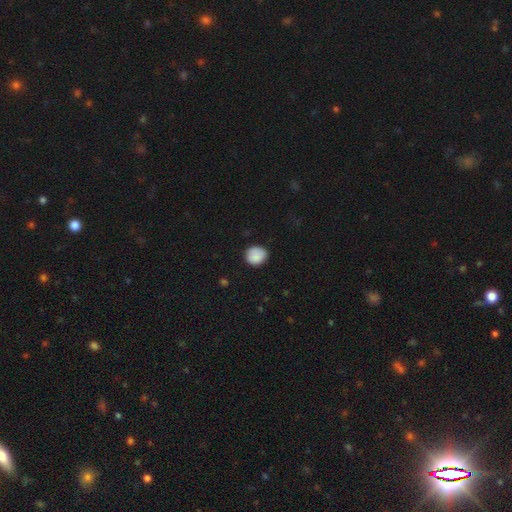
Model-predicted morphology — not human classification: smooth-or-featured: smooth: 88% | star or artifact: 8% | featured or disk: 4%
  how-rounded: round: 81% | in between: 18% | cigar-shaped: 1%
  merging: none: 83% | minor disturbance: 14% | major disturbance: 3% | merger: 1%